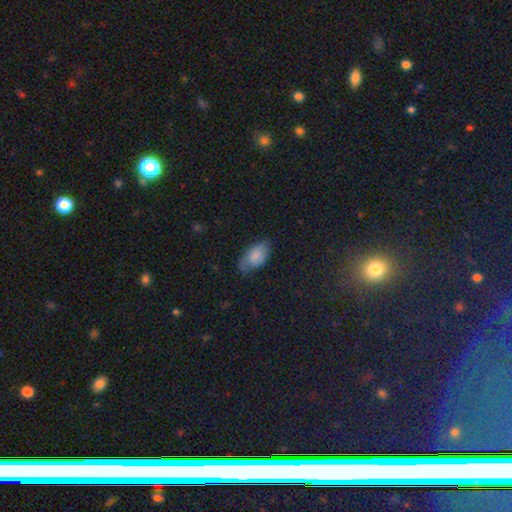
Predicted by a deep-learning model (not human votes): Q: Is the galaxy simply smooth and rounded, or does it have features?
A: smooth — 76%.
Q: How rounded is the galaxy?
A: in between — 94%.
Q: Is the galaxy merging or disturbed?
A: none — 62%.